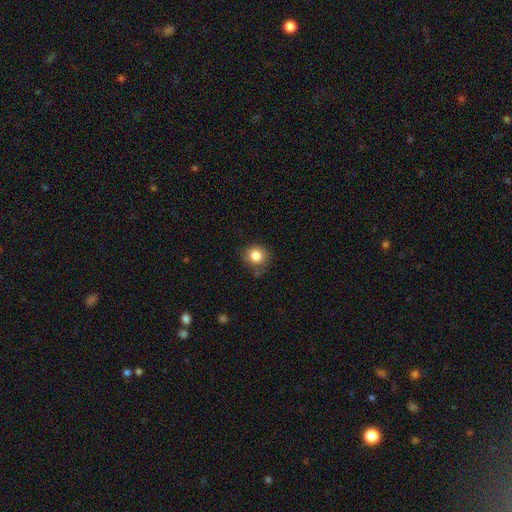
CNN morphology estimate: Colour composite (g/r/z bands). It shows a smooth galaxy with no disk features (84%) that is round (87%). Merging: none (81%).